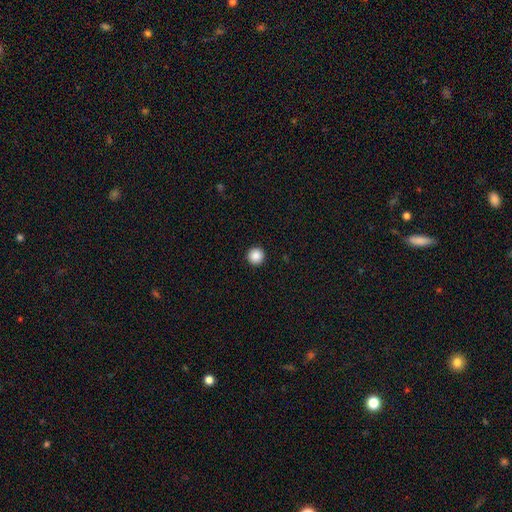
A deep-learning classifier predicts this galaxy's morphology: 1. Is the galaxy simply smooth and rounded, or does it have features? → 88% smooth, 10% star or artifact, 2% featured or disk.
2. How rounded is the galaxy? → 97% round, 3% in between, 1% cigar-shaped.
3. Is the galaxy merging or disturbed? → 94% none, 4% minor disturbance, 1% major disturbance, 1% merger.